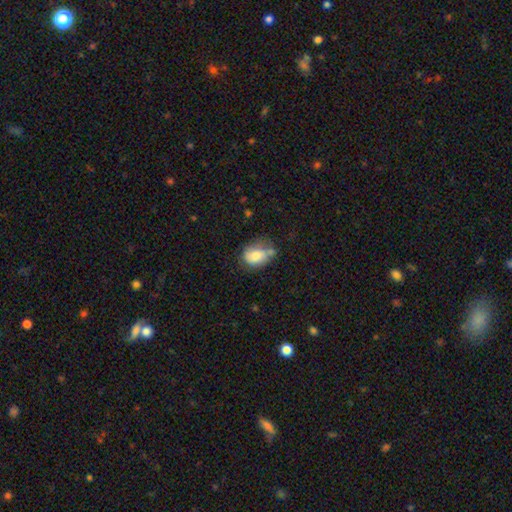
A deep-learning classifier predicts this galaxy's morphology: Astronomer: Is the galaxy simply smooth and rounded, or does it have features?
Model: smooth — 73%.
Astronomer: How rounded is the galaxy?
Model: in between — 68%.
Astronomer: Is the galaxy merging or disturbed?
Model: none — 36% (runner-up: minor disturbance, 35%).